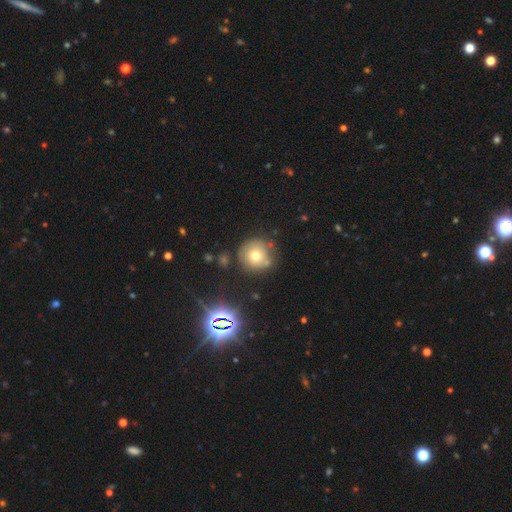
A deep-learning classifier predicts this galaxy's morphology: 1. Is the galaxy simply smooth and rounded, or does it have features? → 68% smooth, 17% featured or disk, 15% star or artifact.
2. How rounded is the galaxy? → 93% round, 6% in between, 1% cigar-shaped.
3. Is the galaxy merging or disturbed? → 72% none, 15% minor disturbance, 8% merger, 4% major disturbance.